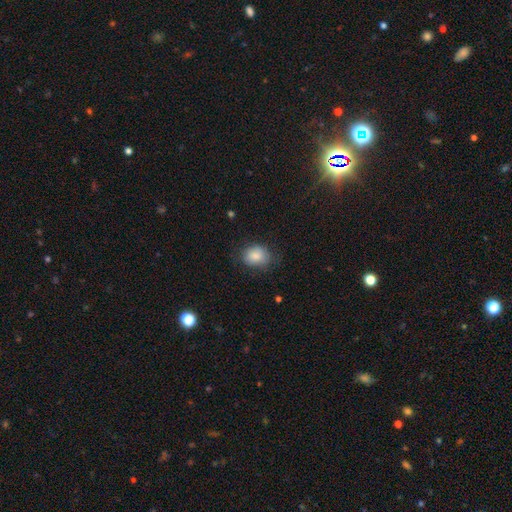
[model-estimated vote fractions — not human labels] smooth 85%, featured or disk 8%, star or artifact 8%. Down the decision tree: how rounded — in between (50%); merging — none (70%).